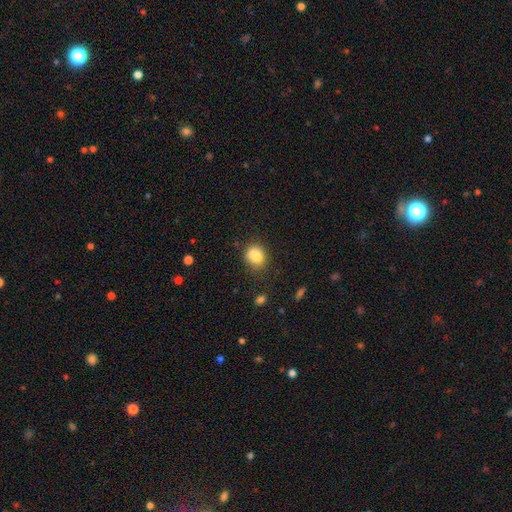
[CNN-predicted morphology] This appears to be a smooth galaxy with no disk features (80%) that is round (58%). Merging: none (56%).